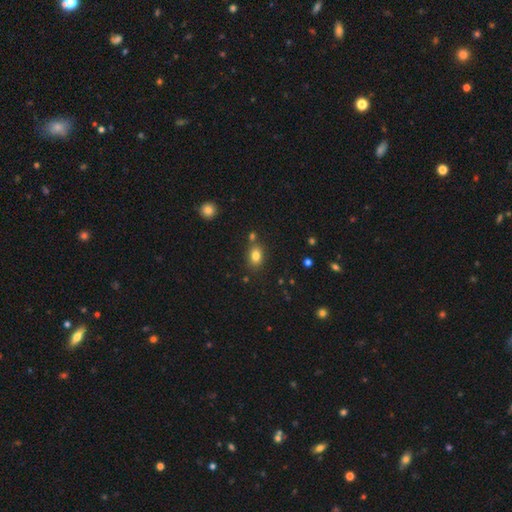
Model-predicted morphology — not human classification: smooth_or_featured: smooth (p=0.81) [alt: star or artifact p=0.11]
how_rounded: in between (p=0.74) [alt: round p=0.24]
merging: none (p=0.73) [alt: minor disturbance p=0.12]